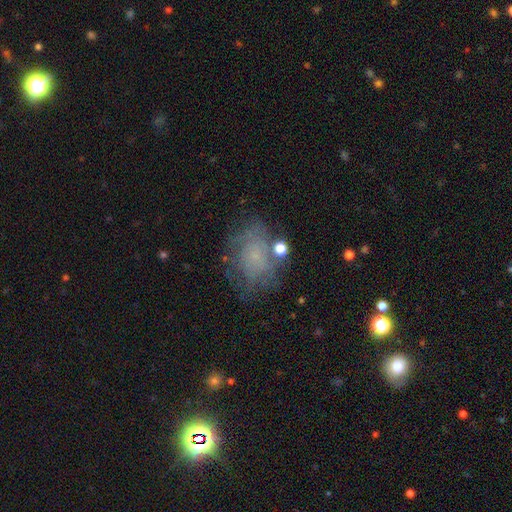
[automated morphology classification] The model was most divided on "smooth or featured": featured or disk: 43%, smooth: 41%, star or artifact: 16%. More confident: merging — none (60%).